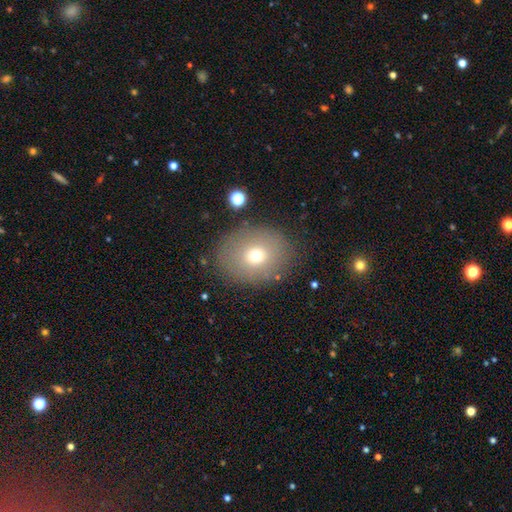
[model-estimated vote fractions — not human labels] Smooth or featured: smooth — 69% (featured or disk — 17%)
How rounded: round — 59% (in between — 40%)
Merging: none — 83% (minor disturbance — 10%)